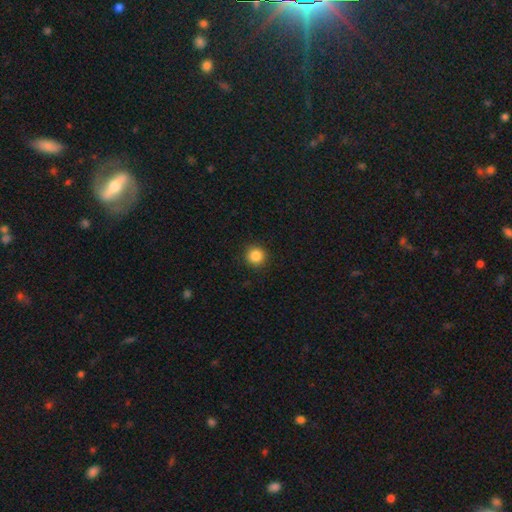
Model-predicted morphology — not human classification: type=smooth (86%); roundness=round (95%); merging=none (92%).